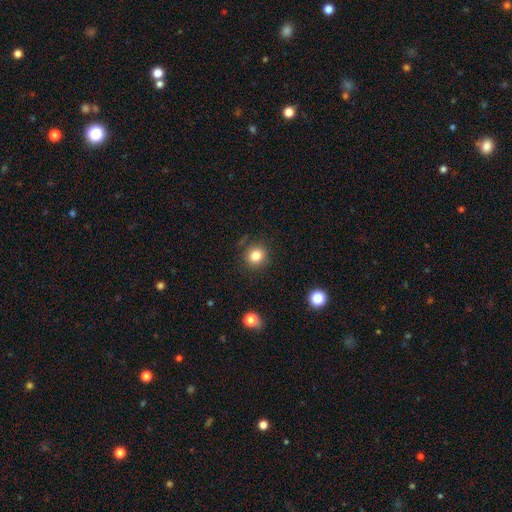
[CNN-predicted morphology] A smooth galaxy with no disk features (82%) that is round (88%). Merging: none (86%).